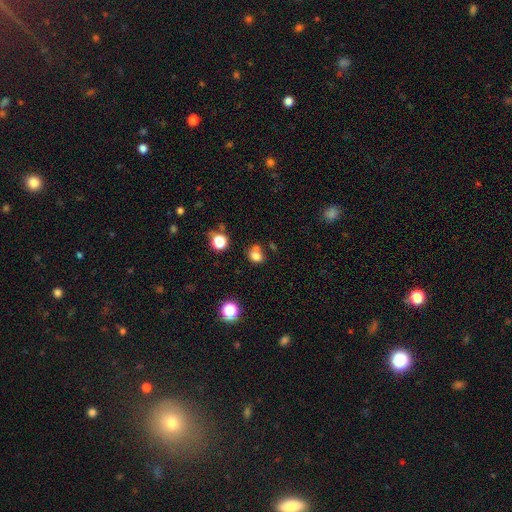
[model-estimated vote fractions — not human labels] Smooth or featured? Predicted: smooth (p=0.76). How rounded? Predicted: round (p=0.53). Merging? Predicted: none (p=0.47).